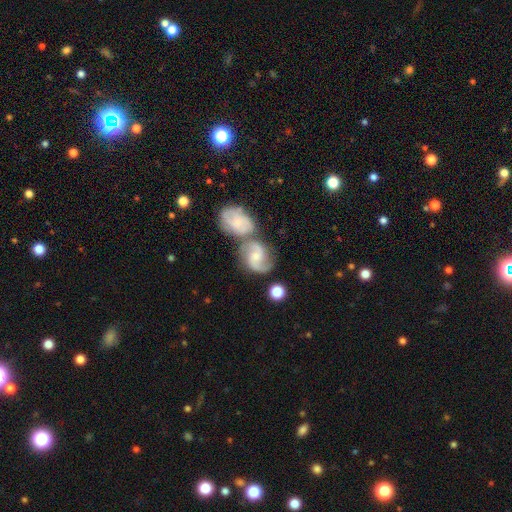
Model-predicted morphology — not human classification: Smooth or featured?
  - featured or disk: 81% *
  - smooth: 13%
  - star or artifact: 6%
Edge-on disk?
  - no: 97% *
  - yes: 3%
Bar?
  - no: 49% *
  - weak: 42%
  - strong: 9%
Spiral arms?
  - yes: 96% *
  - no: 4%
Spiral winding?
  - medium: 52% *
  - loose: 33%
  - tight: 15%
Spiral arm count?
  - 2: 89% *
  - can't tell: 4%
  - 3: 2%
  - 1: 2%
  - 4: 1%
  - more than 4: 1%
Bulge size?
  - small: 49% *
  - moderate: 36%
  - none: 10%
  - large: 3%
  - dominant: 1%
Merging?
  - merger: 44% *
  - none: 38%
  - minor disturbance: 12%
  - major disturbance: 6%